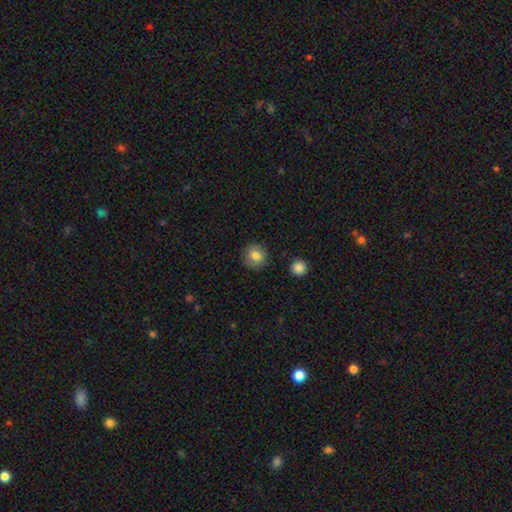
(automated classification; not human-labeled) Smooth or featured? smooth (82%)
How rounded? round (91%)
Merging? none (86%)